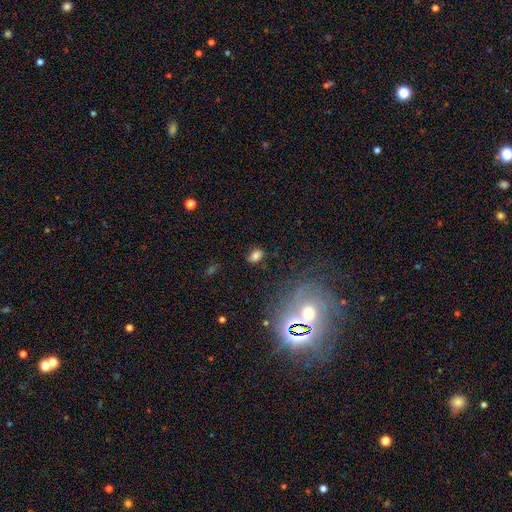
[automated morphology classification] Smooth or featured?
  - smooth: 75% *
  - star or artifact: 14%
  - featured or disk: 11%
How rounded?
  - in between: 85% *
  - round: 13%
  - cigar-shaped: 2%
Merging?
  - none: 82% *
  - minor disturbance: 12%
  - major disturbance: 4%
  - merger: 2%